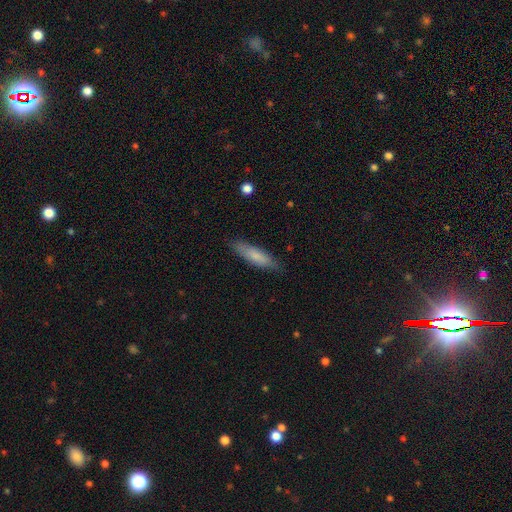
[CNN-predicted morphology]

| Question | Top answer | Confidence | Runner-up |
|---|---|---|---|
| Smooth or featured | smooth | 76% | featured or disk (19%) |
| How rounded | cigar-shaped | 72% | in between (27%) |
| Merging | none | 85% | minor disturbance (12%) |